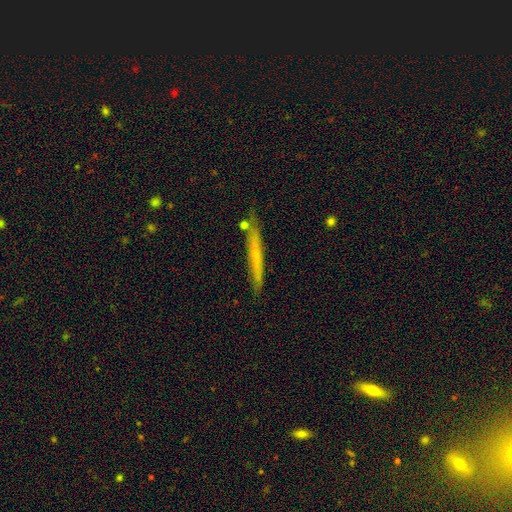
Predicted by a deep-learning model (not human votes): Smooth or featured? smooth (53%)
How rounded? cigar-shaped (96%)
Merging? none (85%)